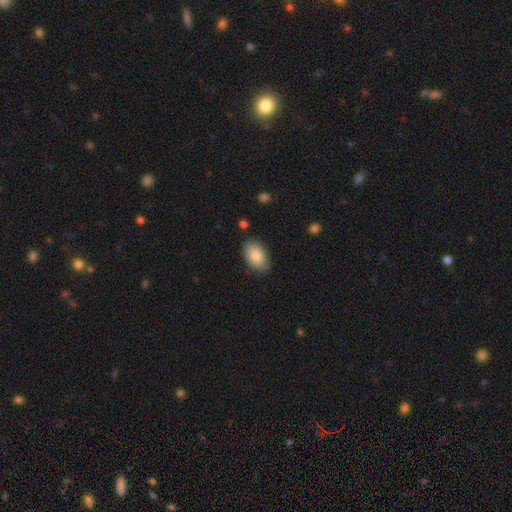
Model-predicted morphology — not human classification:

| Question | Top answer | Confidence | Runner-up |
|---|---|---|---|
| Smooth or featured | smooth | 84% | featured or disk (10%) |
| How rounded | in between | 93% | round (6%) |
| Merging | none | 84% | minor disturbance (12%) |